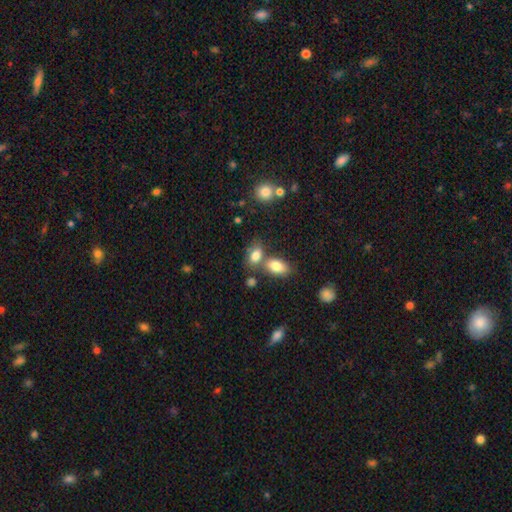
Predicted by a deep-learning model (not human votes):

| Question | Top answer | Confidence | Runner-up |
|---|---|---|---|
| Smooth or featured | smooth | 82% | star or artifact (10%) |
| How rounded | in between | 85% | round (12%) |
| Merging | none | 44% | merger (38%) |